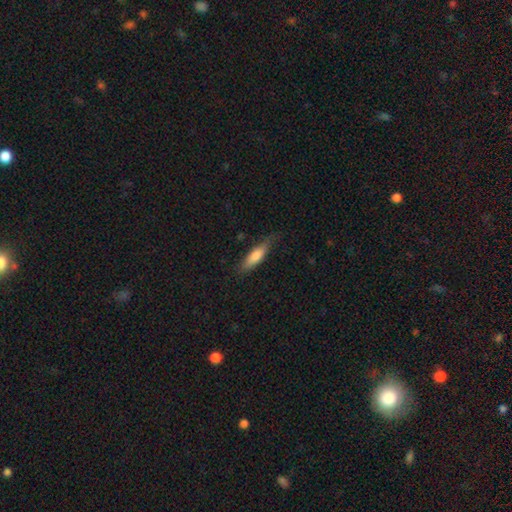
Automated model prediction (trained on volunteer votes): smooth 74%, featured or disk 21%, star or artifact 6%. Down the decision tree: how rounded — cigar-shaped (63%); merging — none (71%).